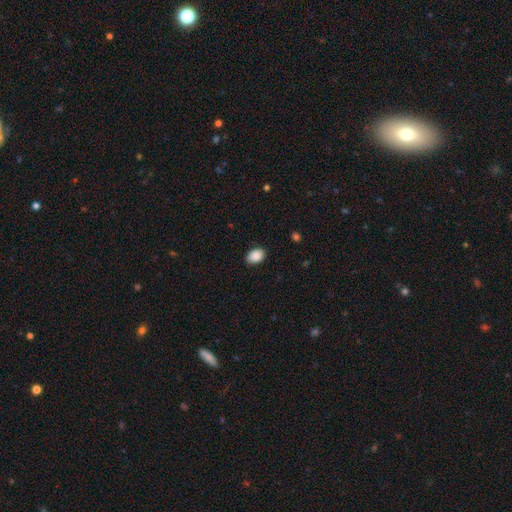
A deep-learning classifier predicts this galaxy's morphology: A smooth galaxy with no disk features (89%) that is in between round and cigar-shaped (82%).

Vote fractions:
- Smooth or featured? smooth: 89% / star or artifact: 7% / featured or disk: 3%
- How rounded? in between: 82% / round: 17% / cigar-shaped: 1%
- Merging? none: 86% / minor disturbance: 10% / major disturbance: 2% / merger: 1%